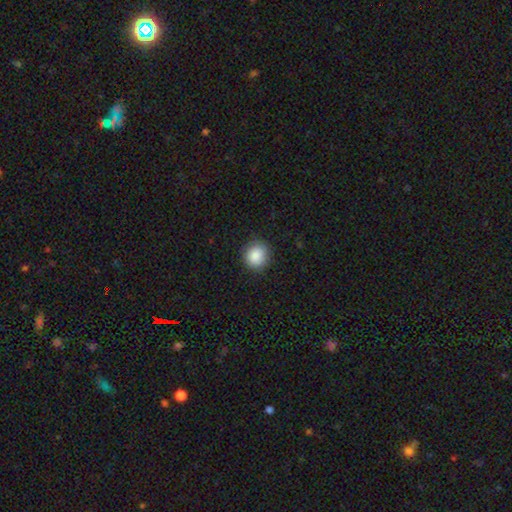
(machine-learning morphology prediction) Smooth or featured: smooth — 88% (star or artifact — 8%)
How rounded: round — 88% (in between — 11%)
Merging: none — 89% (minor disturbance — 8%)